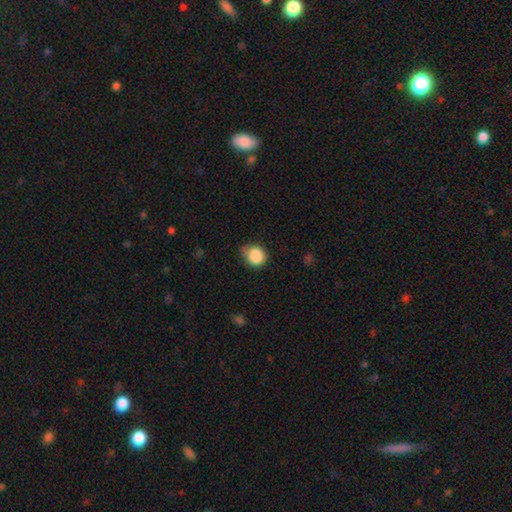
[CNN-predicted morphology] Overall: smooth (86%). How rounded: round (73%). Merging: none (51%; minor disturbance 37%).